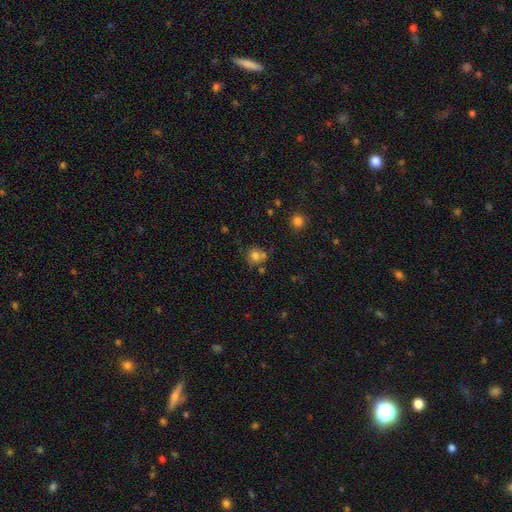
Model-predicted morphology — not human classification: The model was most divided on "merging": none: 57%, merger: 21%, minor disturbance: 16%, major disturbance: 6%. More confident: how rounded — round (81%); smooth or featured — smooth (74%).